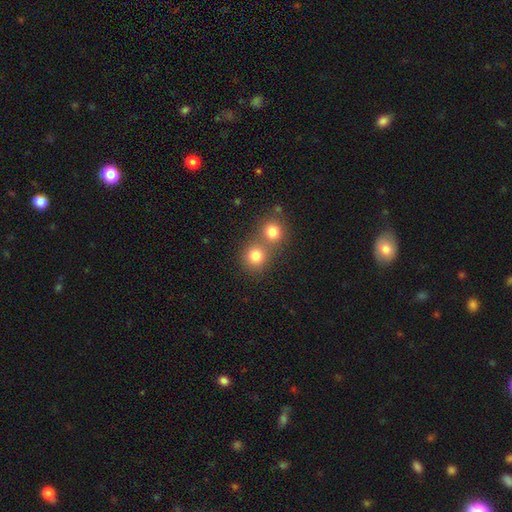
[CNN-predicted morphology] smooth-or-featured: smooth: 80% | star or artifact: 12% | featured or disk: 8%
  how-rounded: round: 87% | in between: 12% | cigar-shaped: 1%
  merging: none: 52% | merger: 39% | minor disturbance: 6% | major disturbance: 3%